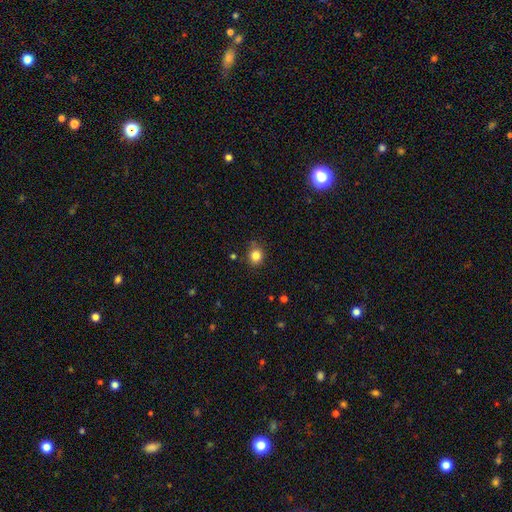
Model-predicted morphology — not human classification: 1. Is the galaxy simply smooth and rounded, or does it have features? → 83% smooth, 11% star or artifact, 5% featured or disk.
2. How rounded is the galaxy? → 80% round, 19% in between, 1% cigar-shaped.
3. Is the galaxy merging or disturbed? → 79% none, 15% minor disturbance, 3% major disturbance, 3% merger.